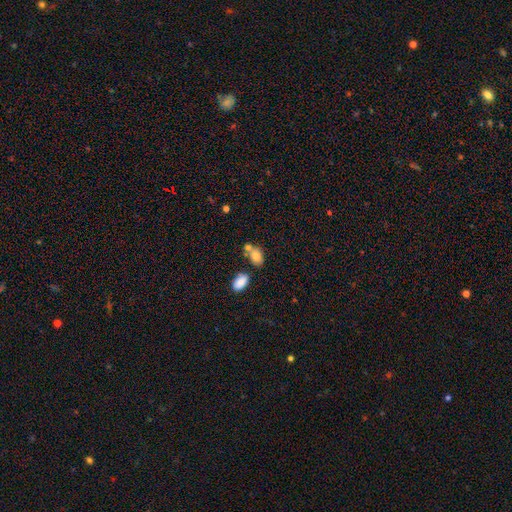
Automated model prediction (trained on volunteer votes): smooth 81%, featured or disk 10%, star or artifact 9%. Down the decision tree: how rounded — in between (83%); merging — none (49%).